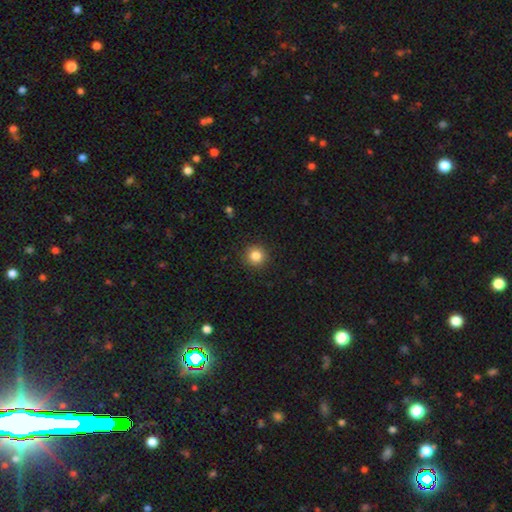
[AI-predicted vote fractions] Smooth or featured? smooth (84%)
How rounded? round (94%)
Merging? none (91%)